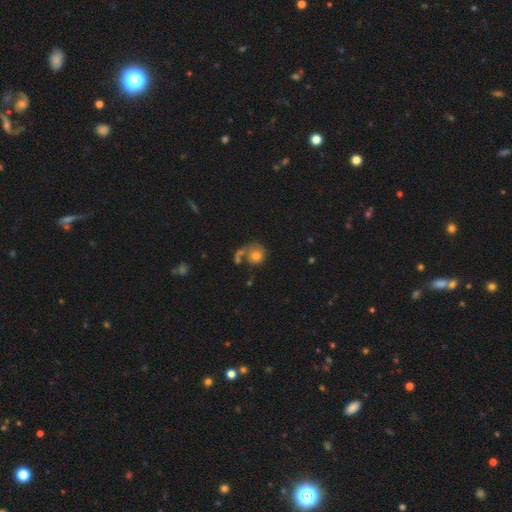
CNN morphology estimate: This is likely a smooth galaxy (64%). How rounded: clearly round (82%). Merging: marginally none (38%).